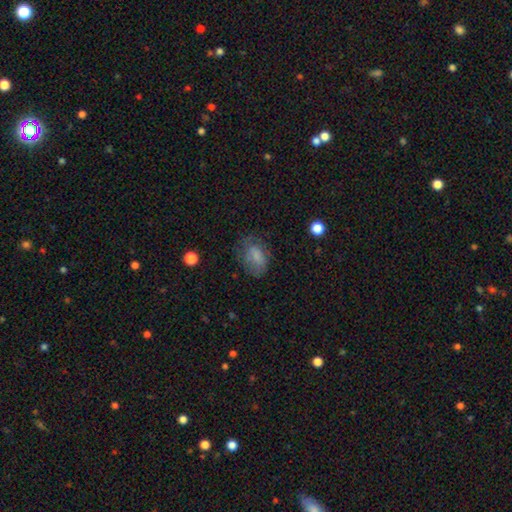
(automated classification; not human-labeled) The model was most divided on "merging": none: 53%, minor disturbance: 27%, major disturbance: 18%, merger: 2%. More confident: how rounded — in between (81%); smooth or featured — smooth (70%).